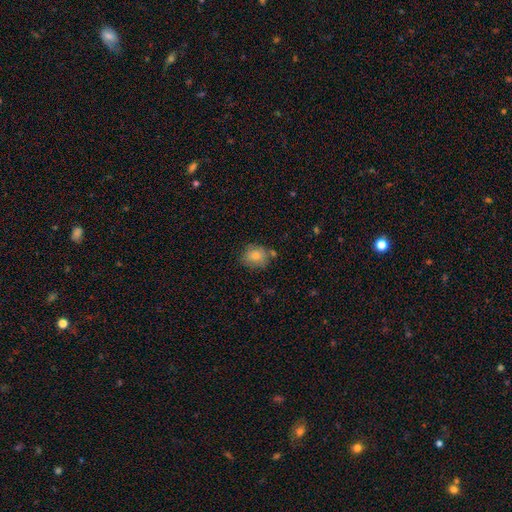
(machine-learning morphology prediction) This appears to be a smooth galaxy with no disk features (81%) that is round (64%). Merging: none (68%).